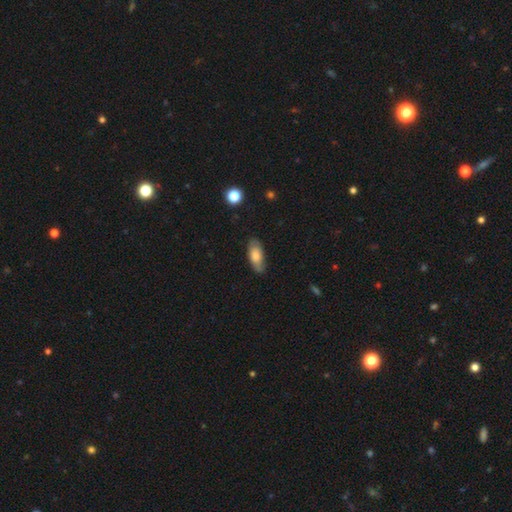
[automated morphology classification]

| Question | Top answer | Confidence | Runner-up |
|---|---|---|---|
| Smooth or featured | smooth | 72% | featured or disk (22%) |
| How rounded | in between | 85% | cigar-shaped (12%) |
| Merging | none | 77% | minor disturbance (18%) |